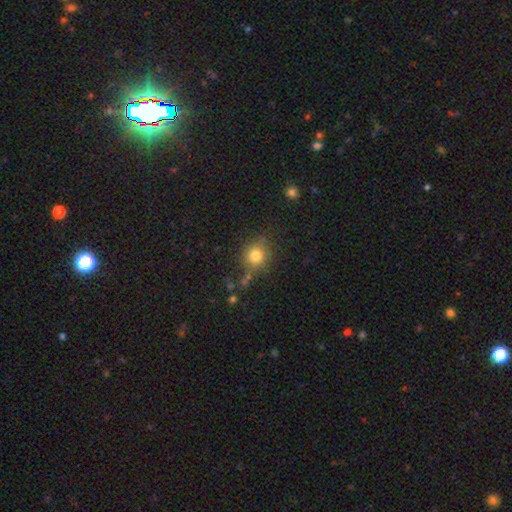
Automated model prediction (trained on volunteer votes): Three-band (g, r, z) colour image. It shows a smooth galaxy with no disk features (80%) that is round (86%). Merging: none (78%).